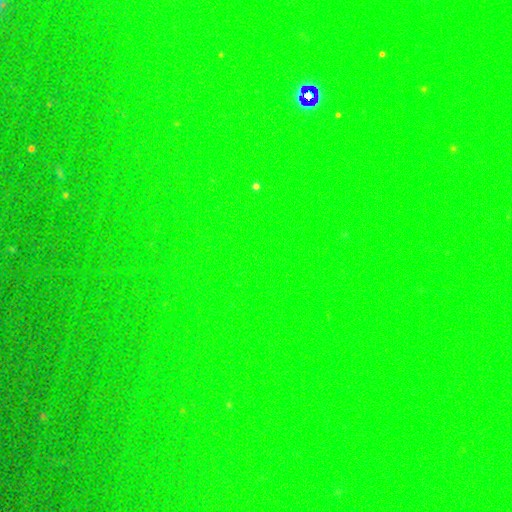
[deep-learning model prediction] A star or artifact, not a galaxy (78%).